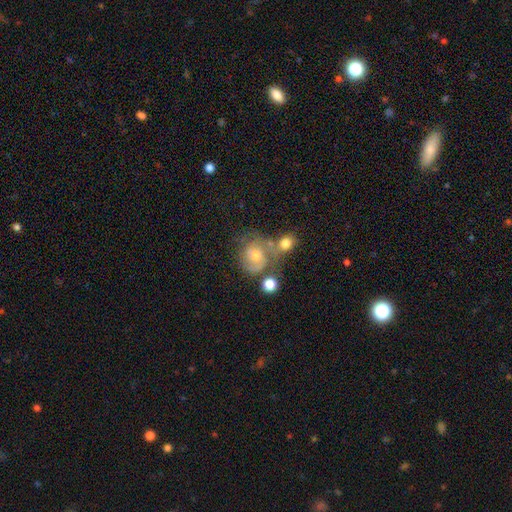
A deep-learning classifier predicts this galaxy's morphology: Smooth or featured? Predicted: featured or disk (p=0.66). Edge-on disk? Predicted: no (p=0.98). Bar? Predicted: no (p=0.73). Spiral arms? Predicted: yes (p=0.86). Spiral winding? Predicted: tight (p=0.52). Spiral arm count? Predicted: 2 (p=0.57). Bulge size? Predicted: moderate (p=0.55). Merging? Predicted: none (p=0.43).